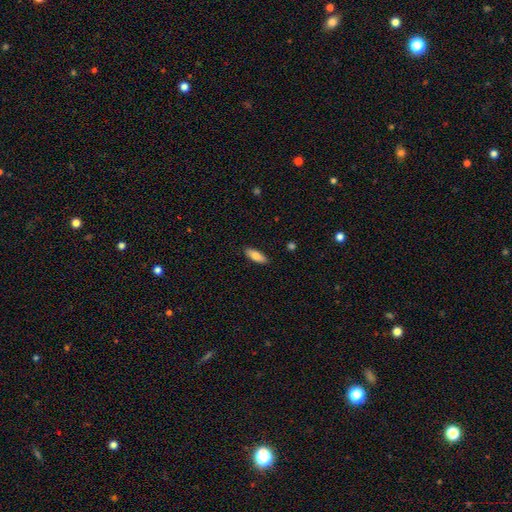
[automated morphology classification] smooth-or-featured: smooth: 79% | featured or disk: 15% | star or artifact: 6%
  how-rounded: in between: 66% | cigar-shaped: 32% | round: 2%
  merging: none: 88% | minor disturbance: 9% | major disturbance: 2% | merger: 1%